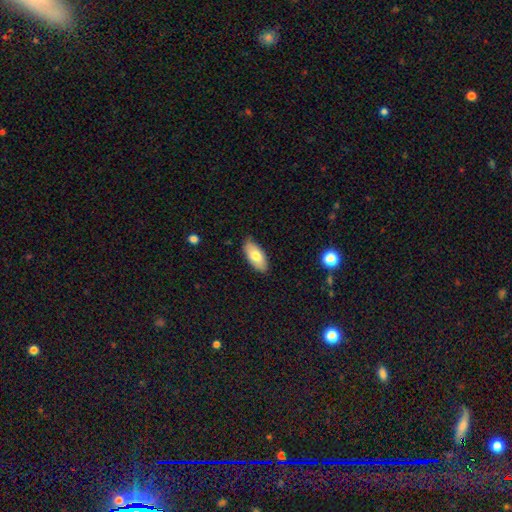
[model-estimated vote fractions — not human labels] A smooth galaxy with no disk features (75%) that is in between round and cigar-shaped (89%). Merging: none (85%).